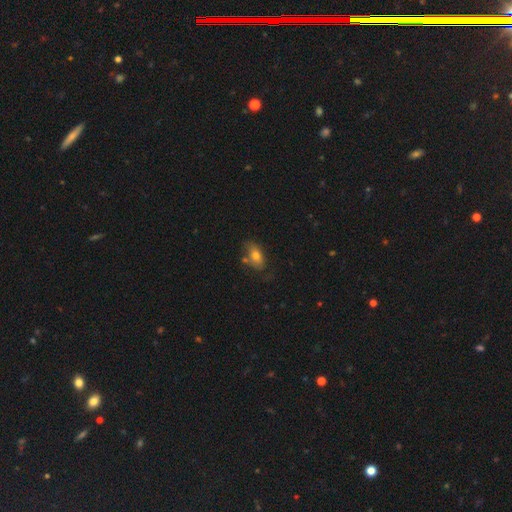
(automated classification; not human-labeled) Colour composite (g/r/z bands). It shows a smooth galaxy with no disk features (69%) that is in between round and cigar-shaped (88%). Merging: none (57%).